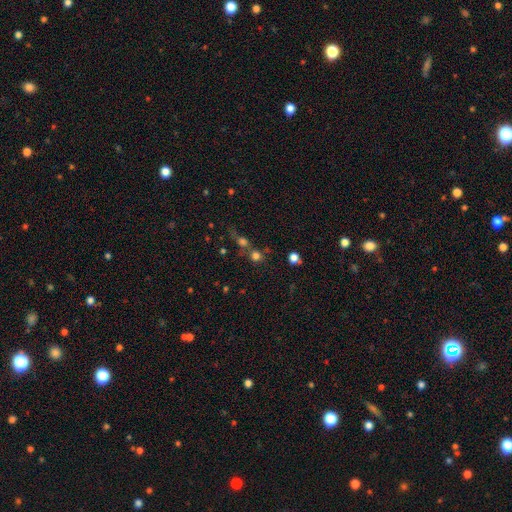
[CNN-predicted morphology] A smooth galaxy with no disk features (69%) that is round (86%). Merging: none (49%).